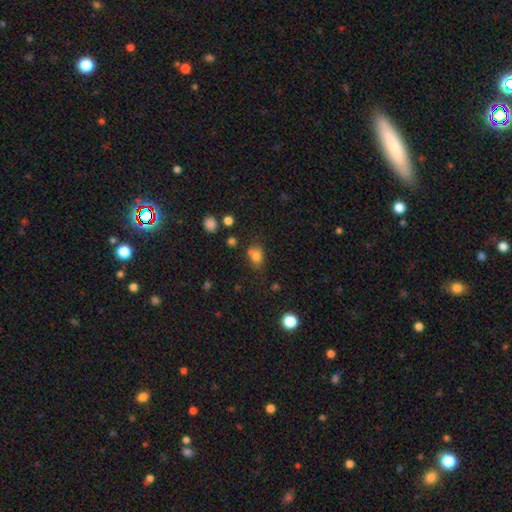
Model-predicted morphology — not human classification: A smooth galaxy with no disk features (75%) that is in between round and cigar-shaped (53%). Merging: none (51%).